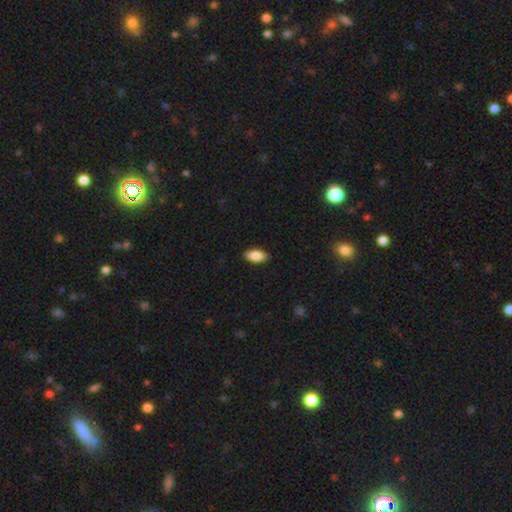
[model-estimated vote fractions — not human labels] A smooth galaxy with no disk features (85%) that is in between round and cigar-shaped (89%).

Vote fractions:
- Smooth or featured? smooth: 85% / featured or disk: 9% / star or artifact: 6%
- How rounded? in between: 89% / cigar-shaped: 8% / round: 2%
- Merging? none: 90% / minor disturbance: 8% / major disturbance: 2% / merger: 1%